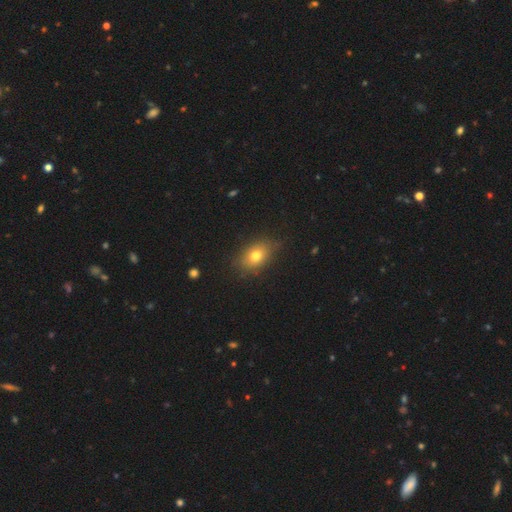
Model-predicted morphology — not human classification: This is likely a smooth galaxy (76%). How rounded: likely in between (75%). Merging: likely none (79%).